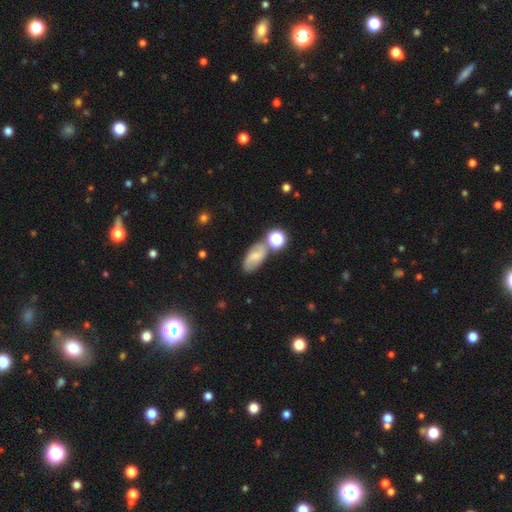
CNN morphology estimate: Smooth or featured? smooth (48%)
Merging? none (60%)